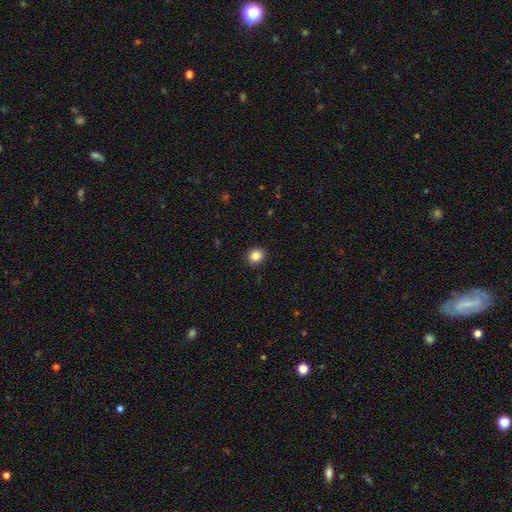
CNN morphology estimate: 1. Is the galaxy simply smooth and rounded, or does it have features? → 86% smooth, 10% star or artifact, 4% featured or disk.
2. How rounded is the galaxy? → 79% round, 21% in between, 1% cigar-shaped.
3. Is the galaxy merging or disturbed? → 90% none, 8% minor disturbance, 2% major disturbance, 1% merger.